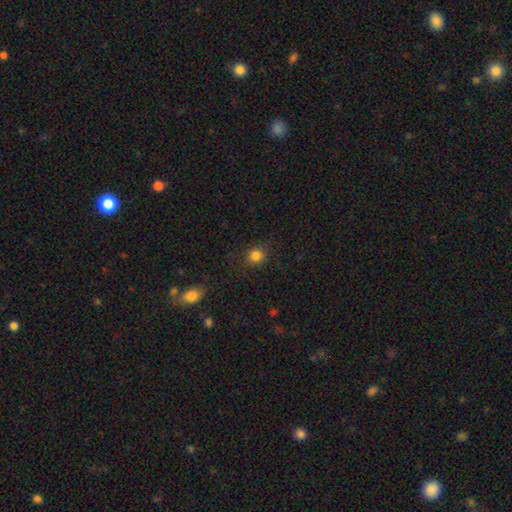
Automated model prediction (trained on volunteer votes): smooth 83%, star or artifact 12%, featured or disk 5%. Down the decision tree: how rounded — round (81%); merging — none (83%).